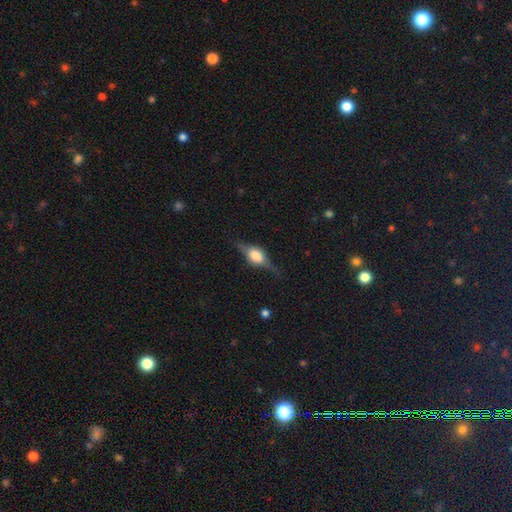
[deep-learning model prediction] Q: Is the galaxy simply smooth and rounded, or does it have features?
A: featured or disk — 66%.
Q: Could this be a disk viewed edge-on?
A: yes — 95%.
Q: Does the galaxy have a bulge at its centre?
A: rounded — 86%.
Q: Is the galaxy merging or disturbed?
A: none — 75%.